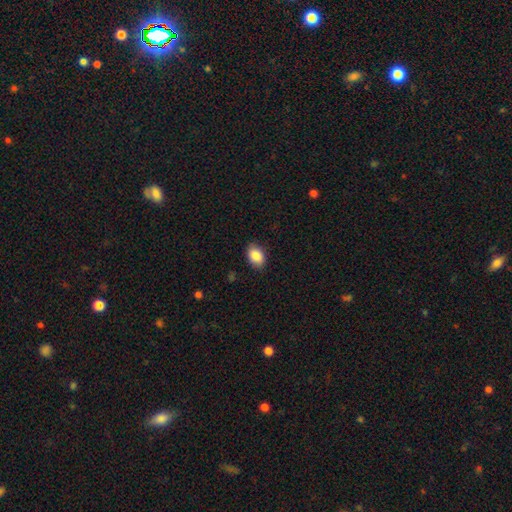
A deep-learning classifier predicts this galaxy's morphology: Smooth or featured? Predicted: smooth (p=0.88). How rounded? Predicted: in between (p=0.86). Merging? Predicted: none (p=0.87).